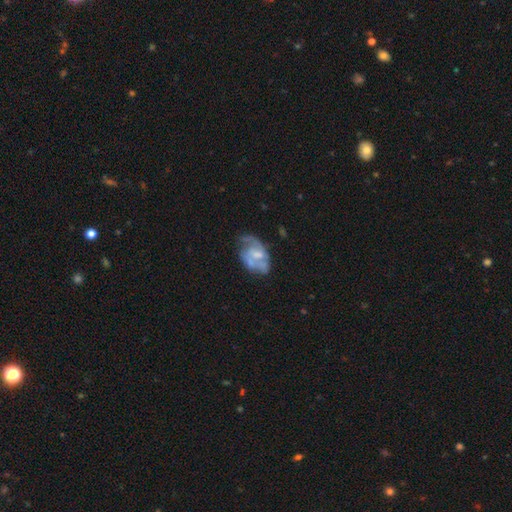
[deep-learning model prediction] A featured or disk galaxy (72%) with no bar (52%), 2 (51%) medium (46%) spiral arms (76%) and a moderate central bulge (35%).

Vote fractions:
- Smooth or featured? featured or disk: 72% / smooth: 22% / star or artifact: 6%
- Edge-on disk? no: 97% / yes: 3%
- Bar? no: 52% / weak: 40% / strong: 8%
- Spiral arms? yes: 76% / no: 24%
- Spiral winding? medium: 46% / tight: 28% / loose: 26%
- Spiral arm count? 2: 51% / can't tell: 24% / 1: 12% / 3: 9% / 4: 2% / more than 4: 2%
- Bulge size? moderate: 35% / small: 32% / none: 25% / large: 6% / dominant: 1%
- Merging? none: 45% / minor disturbance: 27% / major disturbance: 22% / merger: 5%